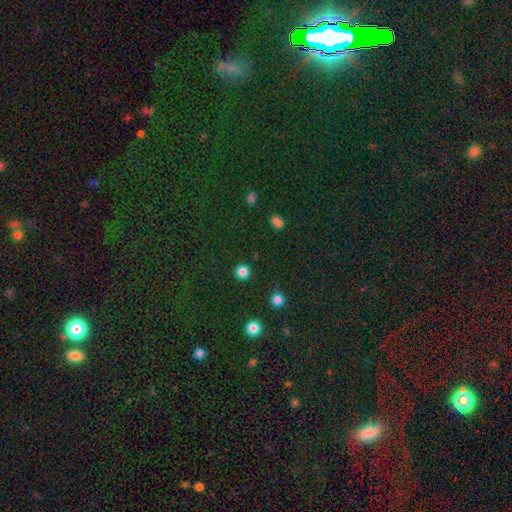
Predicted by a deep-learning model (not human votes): smooth-or-featured: star or artifact: 77% | smooth: 15% | featured or disk: 7%